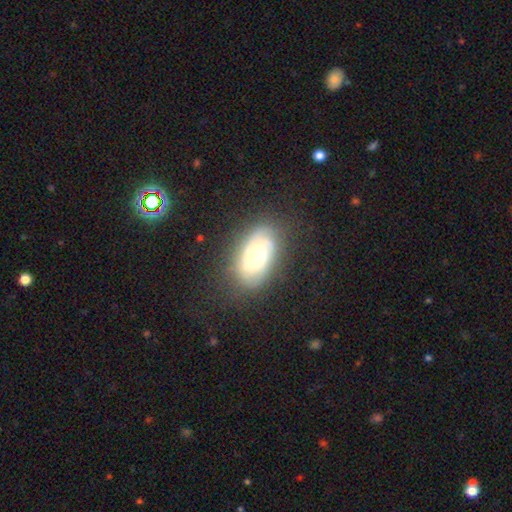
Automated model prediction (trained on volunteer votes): smooth-or-featured: featured or disk: 49% | smooth: 39% | star or artifact: 13%
  merging: none: 73% | minor disturbance: 17% | major disturbance: 7% | merger: 2%